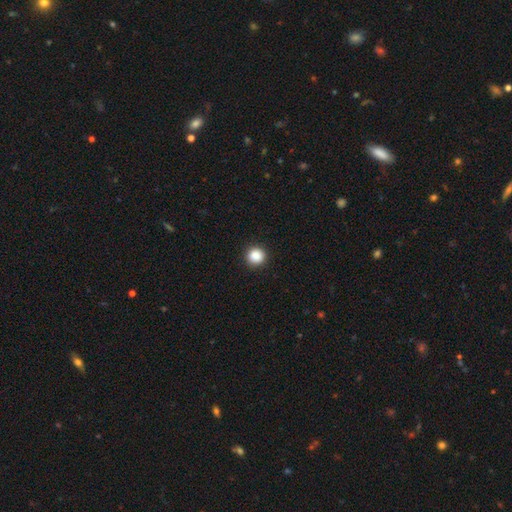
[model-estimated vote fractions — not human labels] smooth 87%, star or artifact 10%, featured or disk 3%. Down the decision tree: how rounded — round (94%); merging — none (93%).